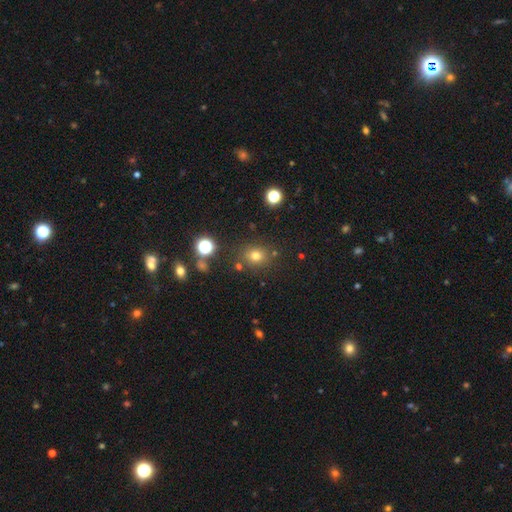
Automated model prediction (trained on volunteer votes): smooth-or-featured: smooth: 72% | star or artifact: 20% | featured or disk: 8%
  how-rounded: round: 69% | in between: 30% | cigar-shaped: 1%
  merging: none: 80% | minor disturbance: 11% | merger: 6% | major disturbance: 4%